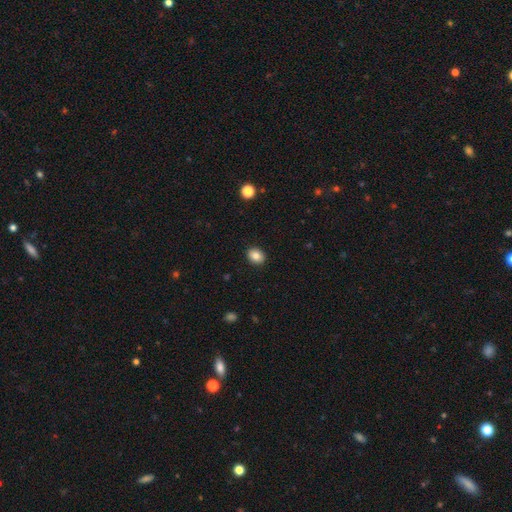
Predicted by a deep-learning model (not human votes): This appears to be a smooth galaxy with no disk features (84%) that is round (52%). Merging: none (90%).